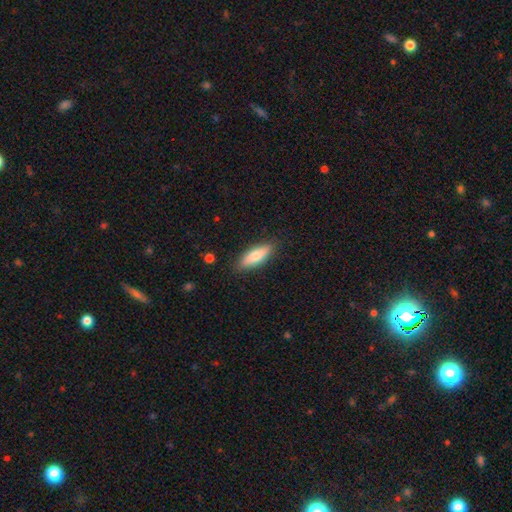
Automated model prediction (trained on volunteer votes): Smooth or featured: smooth — 72% (featured or disk — 22%)
How rounded: in between — 49% (tied with cigar-shaped — 49%)
Merging: none — 86% (minor disturbance — 10%)